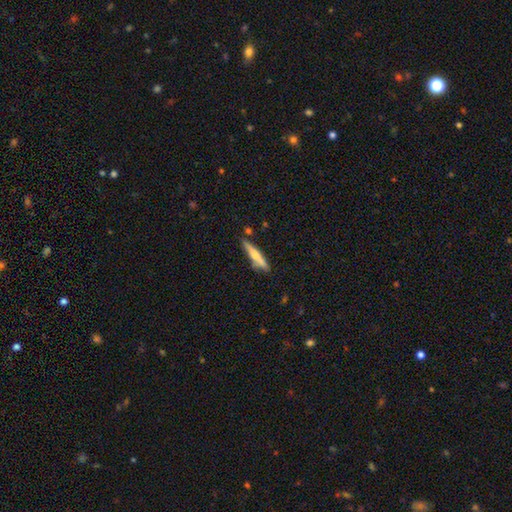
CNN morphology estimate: Smooth or featured?
  - smooth: 54% *
  - featured or disk: 40%
  - star or artifact: 6%
How rounded?
  - cigar-shaped: 90% *
  - in between: 8%
  - round: 2%
Merging?
  - none: 77% *
  - minor disturbance: 14%
  - merger: 5%
  - major disturbance: 3%